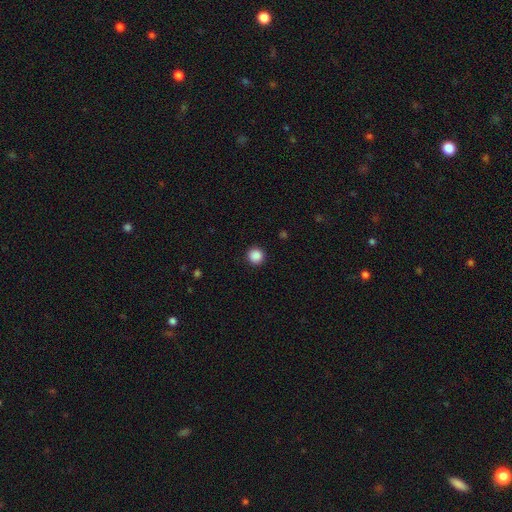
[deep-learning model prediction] This appears to be a smooth galaxy with no disk features (88%) that is round (95%). Merging: none (92%).